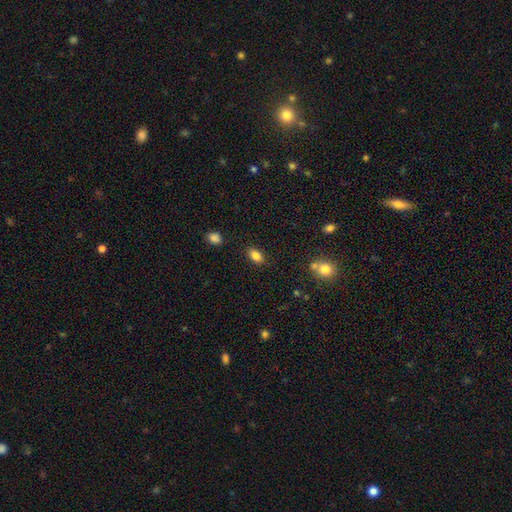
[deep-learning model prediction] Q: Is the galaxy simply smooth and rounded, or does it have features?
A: smooth — 84%.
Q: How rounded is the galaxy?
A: in between — 87%.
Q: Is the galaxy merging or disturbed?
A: none — 85%.